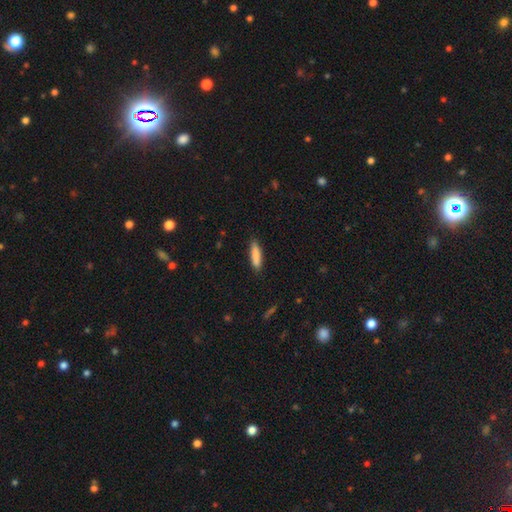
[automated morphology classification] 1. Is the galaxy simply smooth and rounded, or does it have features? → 86% smooth, 8% featured or disk, 6% star or artifact.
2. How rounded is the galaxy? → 73% cigar-shaped, 26% in between, 1% round.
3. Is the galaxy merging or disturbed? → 87% none, 9% minor disturbance, 2% major disturbance, 1% merger.